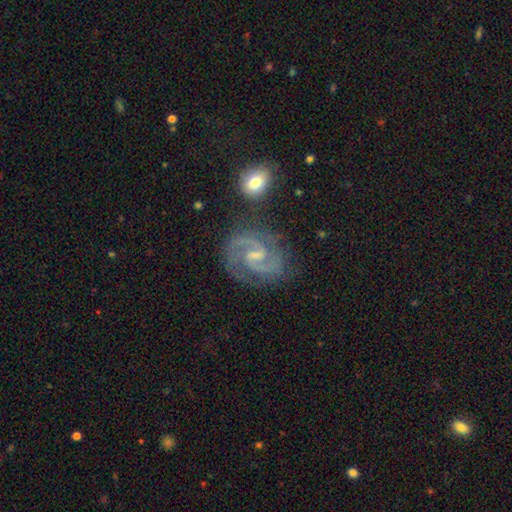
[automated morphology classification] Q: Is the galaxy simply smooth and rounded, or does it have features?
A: featured or disk — 91%.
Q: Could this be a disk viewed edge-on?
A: no — 98%.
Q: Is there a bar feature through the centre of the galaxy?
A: weak — 58%.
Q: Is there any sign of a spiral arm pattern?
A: yes — 98%.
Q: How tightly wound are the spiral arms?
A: medium — 59%.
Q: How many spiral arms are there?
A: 2 — 91%.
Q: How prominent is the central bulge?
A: small — 59%.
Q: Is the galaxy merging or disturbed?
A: none — 77%.